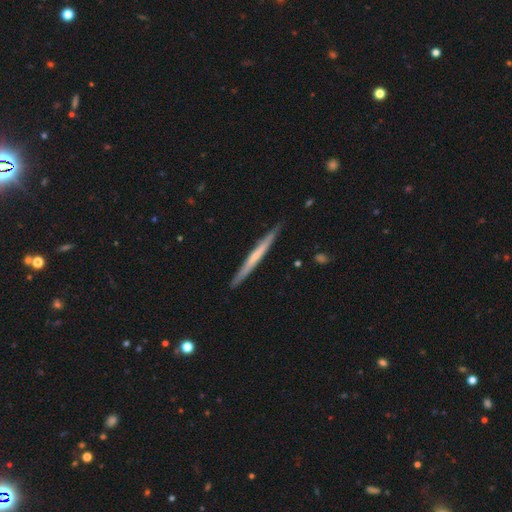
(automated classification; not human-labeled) A featured or disk galaxy (53%) viewed edge-on (97%) with no central bulge (77%).

Vote fractions:
- Smooth or featured? featured or disk: 53% / smooth: 42% / star or artifact: 5%
- Edge-on disk? yes: 97% / no: 3%
- Edge-on bulge? none: 77% / rounded: 18% / boxy: 6%
- Merging? none: 88% / minor disturbance: 9% / major disturbance: 1% / merger: 1%